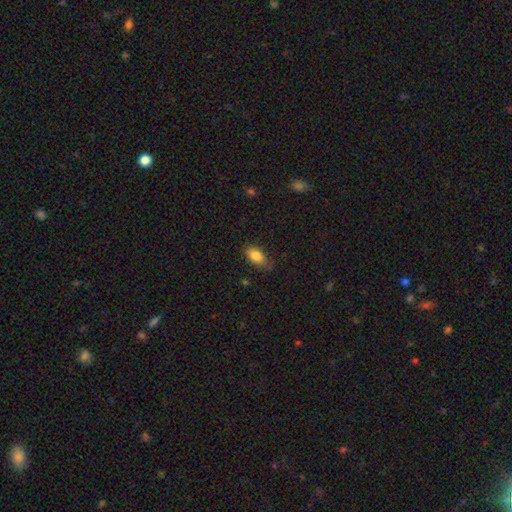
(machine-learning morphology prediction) The model was most divided on "merging": none: 70%, minor disturbance: 23%, major disturbance: 5%, merger: 1%. More confident: how rounded — in between (89%); smooth or featured — smooth (83%).